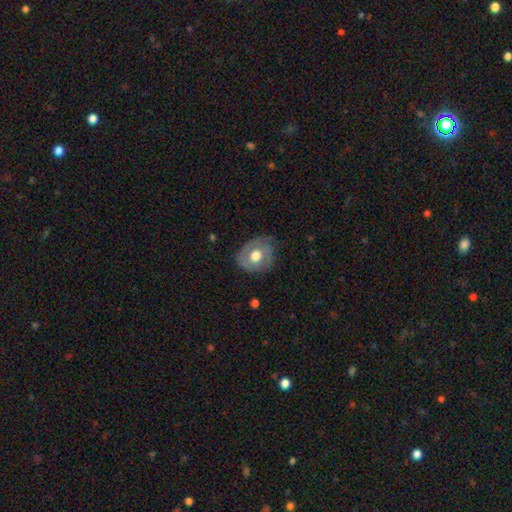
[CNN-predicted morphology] Q: Smooth or featured?
A: featured or disk (47%); runner-up: smooth (46%)
Q: Merging?
A: none (62%); runner-up: minor disturbance (27%)